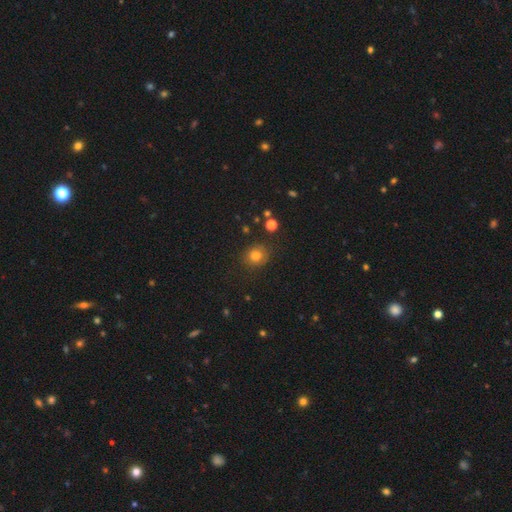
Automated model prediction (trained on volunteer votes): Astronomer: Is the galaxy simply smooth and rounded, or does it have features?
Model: smooth — 80%.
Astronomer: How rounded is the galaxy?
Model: round — 80%.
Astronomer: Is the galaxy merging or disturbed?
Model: none — 83%.